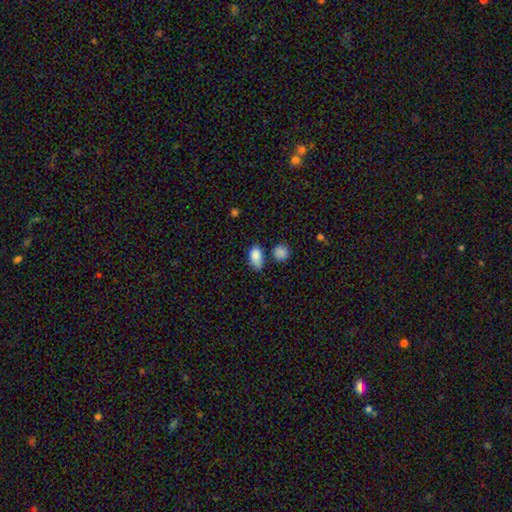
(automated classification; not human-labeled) smooth-or-featured: smooth: 84% | star or artifact: 9% | featured or disk: 7%
  how-rounded: in between: 86% | round: 10% | cigar-shaped: 4%
  merging: none: 50% | minor disturbance: 32% | merger: 9% | major disturbance: 8%